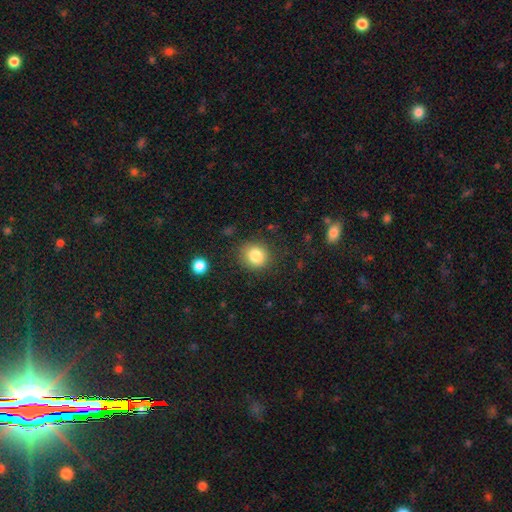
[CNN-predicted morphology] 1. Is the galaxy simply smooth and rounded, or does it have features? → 83% smooth, 11% star or artifact, 6% featured or disk.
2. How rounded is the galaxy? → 82% round, 17% in between, 1% cigar-shaped.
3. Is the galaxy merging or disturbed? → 83% none, 11% minor disturbance, 4% major disturbance, 2% merger.